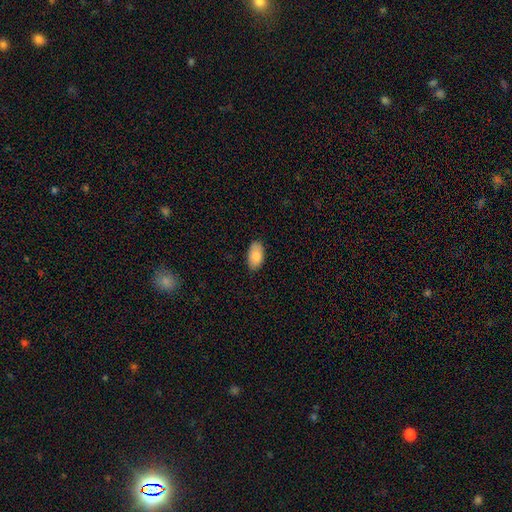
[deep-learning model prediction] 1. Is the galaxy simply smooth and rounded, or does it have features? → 87% smooth, 7% featured or disk, 6% star or artifact.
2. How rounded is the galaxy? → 95% in between, 3% round, 2% cigar-shaped.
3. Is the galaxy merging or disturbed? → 86% none, 11% minor disturbance, 2% major disturbance, 1% merger.